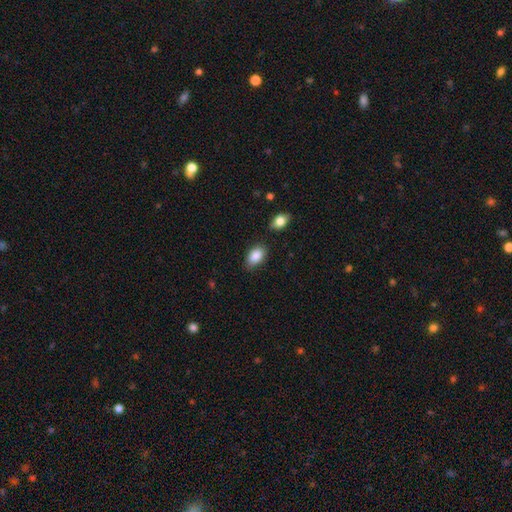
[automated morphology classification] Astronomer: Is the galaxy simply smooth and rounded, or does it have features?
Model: smooth — 87%.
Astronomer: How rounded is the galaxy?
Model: in between — 91%.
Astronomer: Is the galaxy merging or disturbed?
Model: none — 80%.